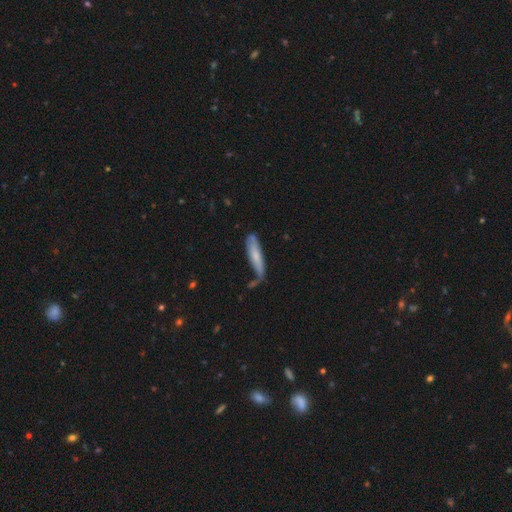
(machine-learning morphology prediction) Smooth or featured? Predicted: smooth (p=0.64). How rounded? Predicted: cigar-shaped (p=0.77). Merging? Predicted: none (p=0.48).